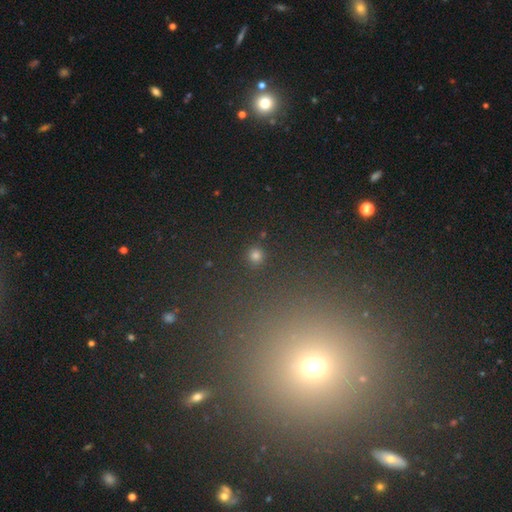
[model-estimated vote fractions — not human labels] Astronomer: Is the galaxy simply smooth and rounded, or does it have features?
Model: smooth — 60%.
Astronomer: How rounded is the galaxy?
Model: round — 90%.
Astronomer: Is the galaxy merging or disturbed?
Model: none — 90%.